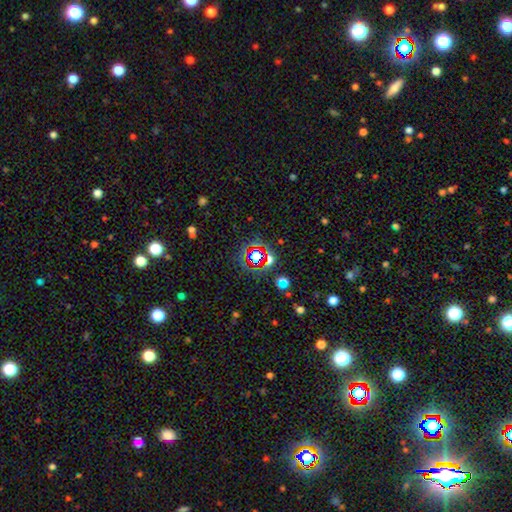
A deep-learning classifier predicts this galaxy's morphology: Overall: star or artifact (65%).